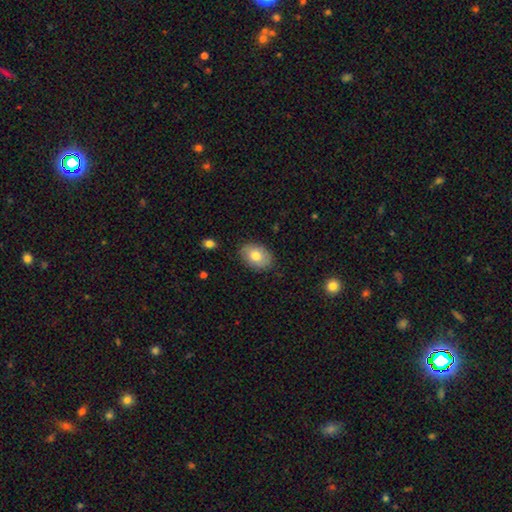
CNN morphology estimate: type=smooth (76%); roundness=in between (81%); merging=none (84%).